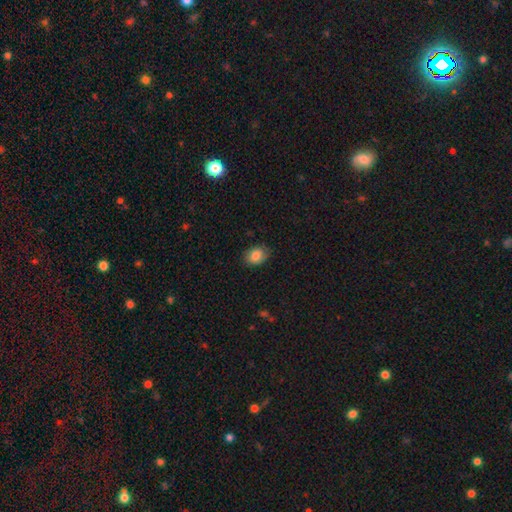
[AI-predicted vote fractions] smooth 84%, featured or disk 8%, star or artifact 8%. Down the decision tree: how rounded — in between (69%); merging — none (80%).